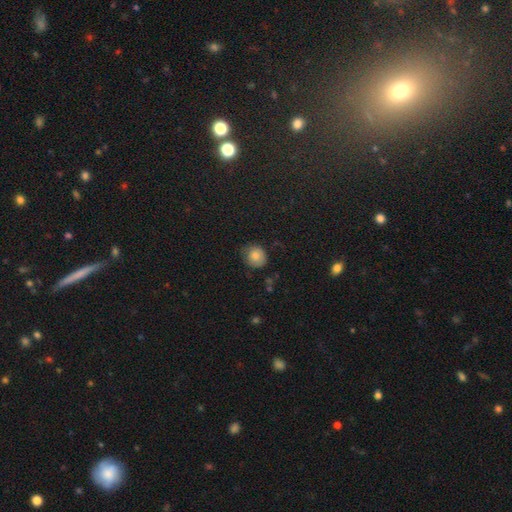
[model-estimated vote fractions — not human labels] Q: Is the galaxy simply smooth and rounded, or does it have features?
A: smooth — 79%.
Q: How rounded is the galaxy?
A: round — 76%.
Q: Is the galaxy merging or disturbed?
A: none — 62%.